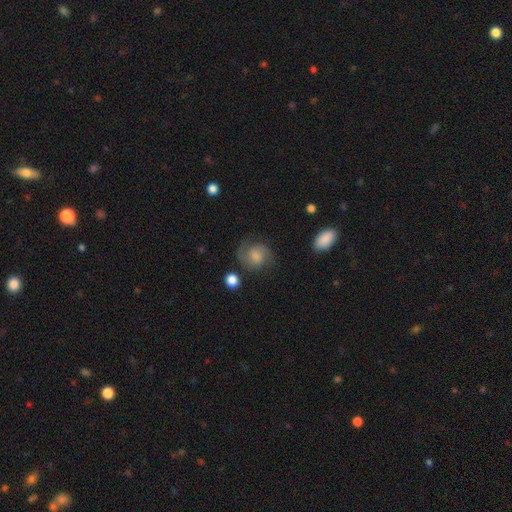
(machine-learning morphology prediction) Smooth or featured? featured or disk (67%)
Edge-on disk? no (98%)
Bar? no (54%)
Spiral arms? yes (95%)
Spiral winding? medium (54%)
Spiral arm count? 2 (90%)
Bulge size? moderate (31%)
Merging? none (73%)